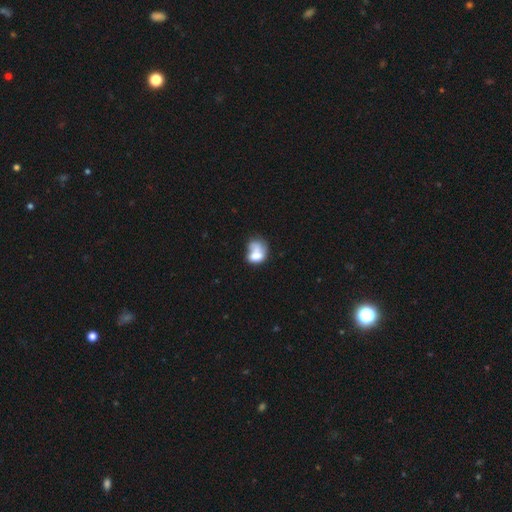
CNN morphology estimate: This appears to be a smooth galaxy with no disk features (62%) that is in between round and cigar-shaped (61%). Merging: merger (29%).